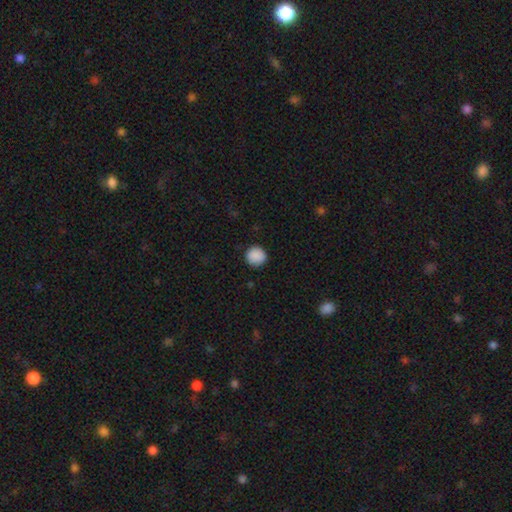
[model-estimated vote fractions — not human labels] Smooth or featured?
  - smooth: 89% *
  - star or artifact: 8%
  - featured or disk: 3%
How rounded?
  - round: 93% *
  - in between: 6%
  - cigar-shaped: 1%
Merging?
  - none: 89% *
  - minor disturbance: 8%
  - major disturbance: 2%
  - merger: 1%